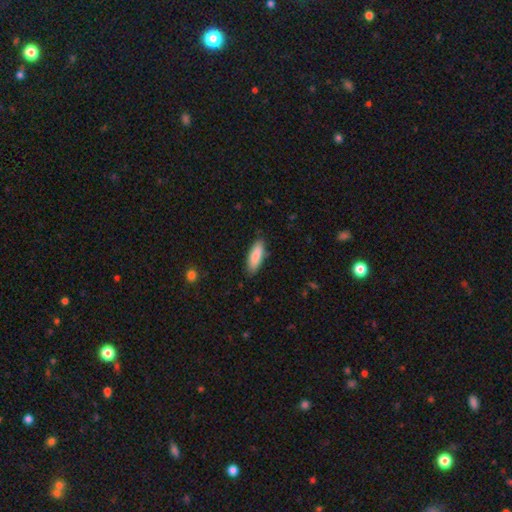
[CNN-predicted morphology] Smooth or featured: smooth — 86% (featured or disk — 8%)
How rounded: in between — 62% (cigar-shaped — 37%)
Merging: none — 83% (minor disturbance — 13%)